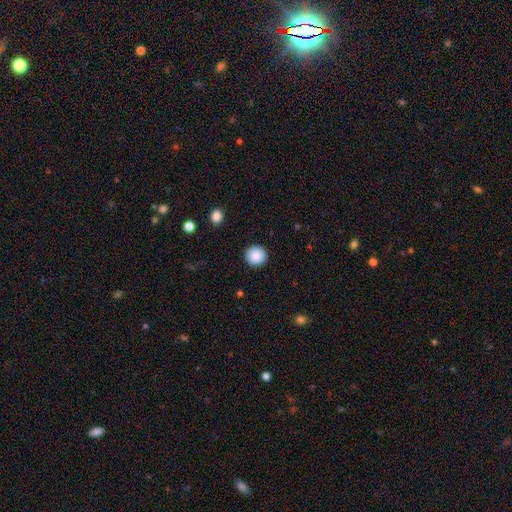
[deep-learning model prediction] Smooth or featured?
  - smooth: 89% *
  - star or artifact: 8%
  - featured or disk: 3%
How rounded?
  - round: 93% *
  - in between: 6%
  - cigar-shaped: 1%
Merging?
  - none: 92% *
  - minor disturbance: 5%
  - major disturbance: 2%
  - merger: 1%